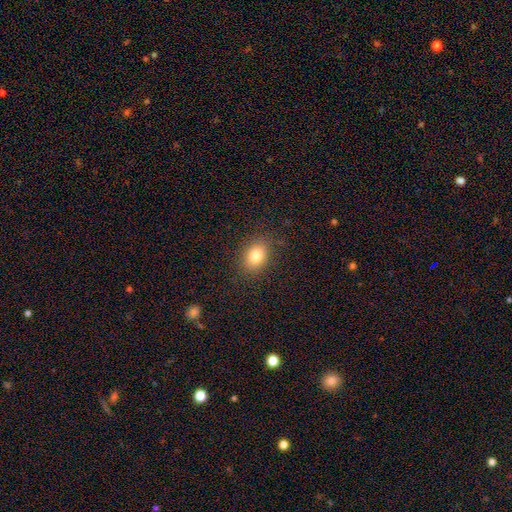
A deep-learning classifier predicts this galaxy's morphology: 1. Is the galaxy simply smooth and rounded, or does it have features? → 81% smooth, 11% star or artifact, 9% featured or disk.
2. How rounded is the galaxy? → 71% in between, 27% round, 1% cigar-shaped.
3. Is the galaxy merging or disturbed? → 84% none, 11% minor disturbance, 4% major disturbance, 1% merger.